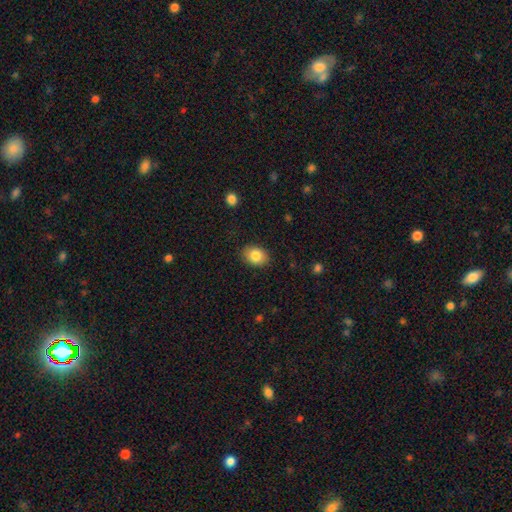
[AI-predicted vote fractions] A smooth galaxy with no disk features (84%) that is in between round and cigar-shaped (61%). Merging: none (87%).